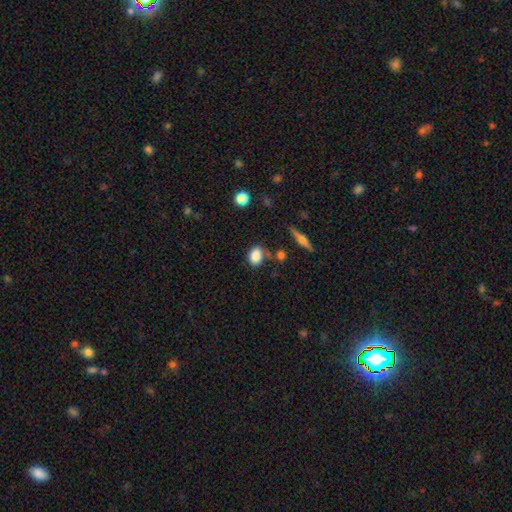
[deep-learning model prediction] smooth-or-featured: smooth: 83% | star or artifact: 9% | featured or disk: 8%
  how-rounded: in between: 70% | round: 28% | cigar-shaped: 2%
  merging: none: 72% | minor disturbance: 16% | merger: 8% | major disturbance: 4%